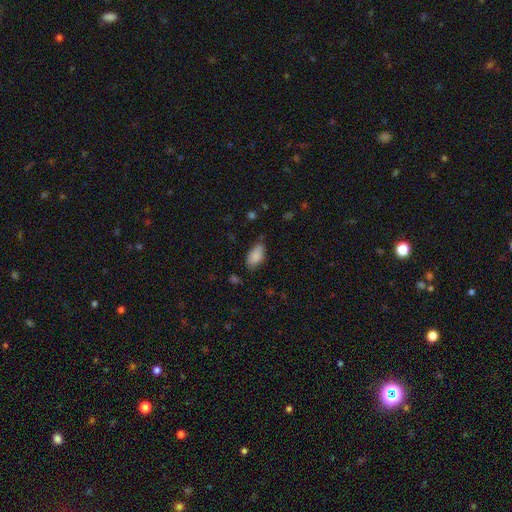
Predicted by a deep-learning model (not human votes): This appears to be a smooth galaxy with no disk features (87%) that is in between round and cigar-shaped (93%). Merging: none (70%).